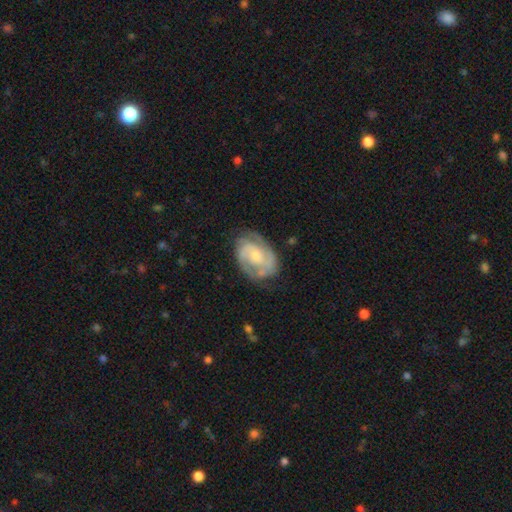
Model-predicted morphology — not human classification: Smooth or featured? featured or disk (85%)
Edge-on disk? no (97%)
Bar? no (60%)
Spiral arms? yes (95%)
Spiral winding? tight (52%)
Spiral arm count? 2 (75%)
Bulge size? small (54%)
Merging? none (73%)